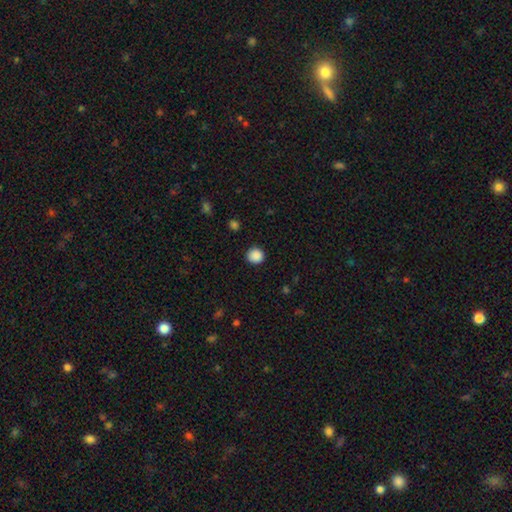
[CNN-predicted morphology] This appears to be a smooth galaxy with no disk features (88%) that is round (92%). Merging: none (91%).